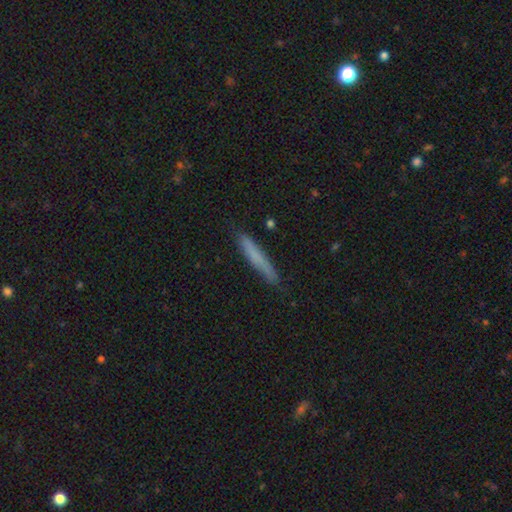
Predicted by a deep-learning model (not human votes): Smooth or featured?
  - smooth: 70% *
  - featured or disk: 23%
  - star or artifact: 7%
How rounded?
  - cigar-shaped: 95% *
  - in between: 3%
  - round: 1%
Merging?
  - none: 86% *
  - minor disturbance: 11%
  - major disturbance: 2%
  - merger: 1%